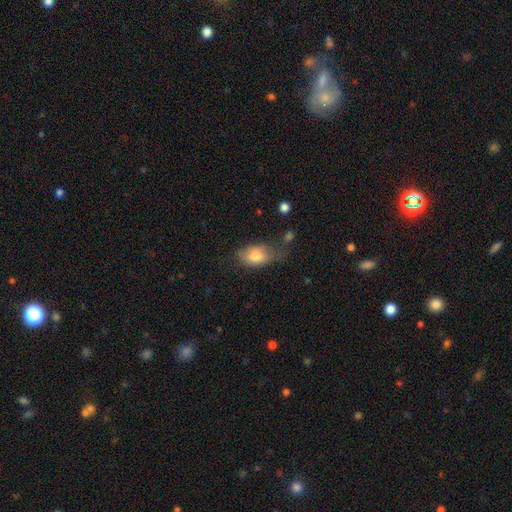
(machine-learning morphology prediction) Smooth or featured: smooth — 76% (featured or disk — 16%)
How rounded: in between — 88% (round — 10%)
Merging: none — 44% (minor disturbance — 34%)